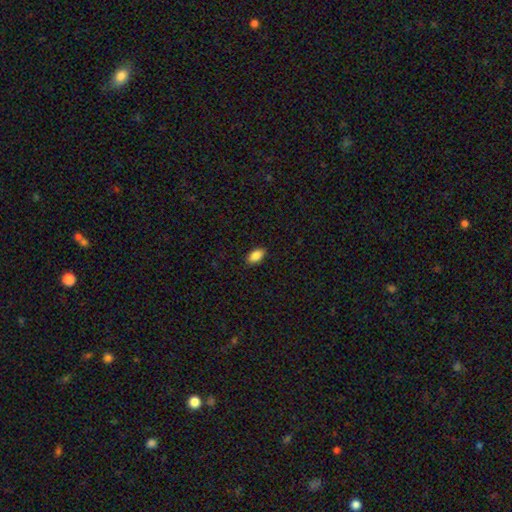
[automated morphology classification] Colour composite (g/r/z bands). It shows a smooth galaxy with no disk features (87%) that is in between round and cigar-shaped (92%). Merging: none (88%).